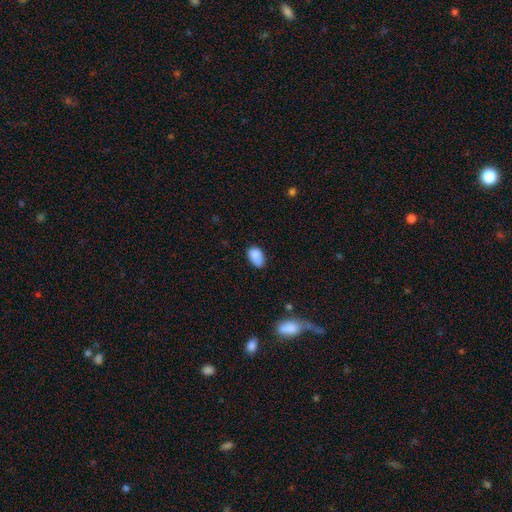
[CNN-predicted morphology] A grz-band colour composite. It shows a smooth galaxy with no disk features (86%) that is in between round and cigar-shaped (89%). Merging: none (64%).